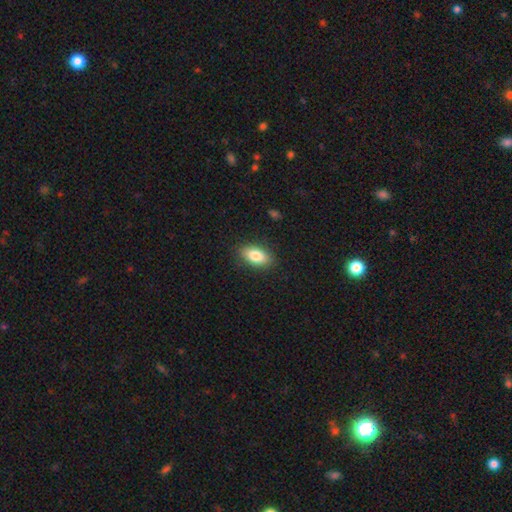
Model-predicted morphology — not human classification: Smooth or featured?
  - smooth: 82% *
  - featured or disk: 11%
  - star or artifact: 7%
How rounded?
  - in between: 89% *
  - round: 5%
  - cigar-shaped: 5%
Merging?
  - none: 88% *
  - minor disturbance: 9%
  - major disturbance: 2%
  - merger: 1%